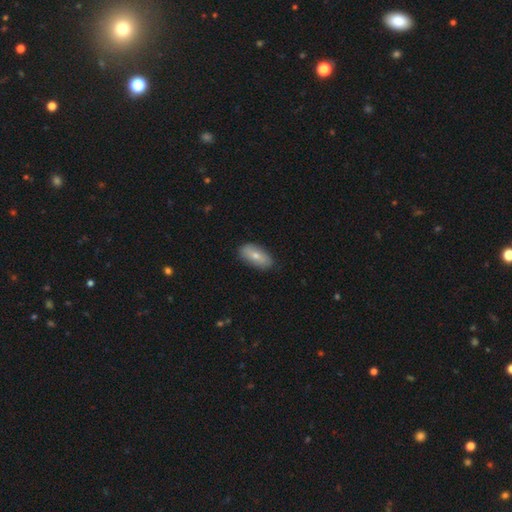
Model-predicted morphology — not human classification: type=smooth (69%); roundness=in between (89%); merging=none (84%).